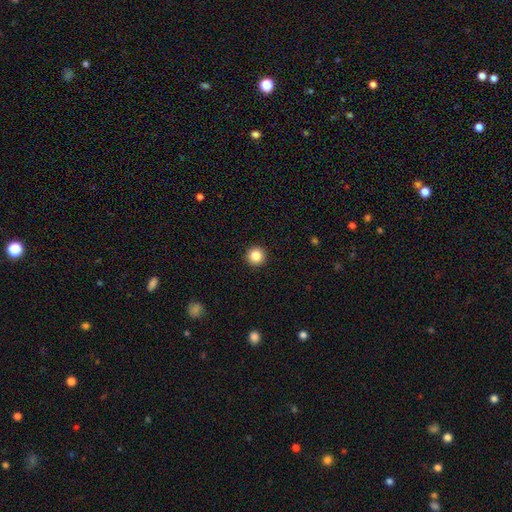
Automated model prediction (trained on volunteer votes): A smooth galaxy with no disk features (84%) that is round (96%).

Vote fractions:
- Smooth or featured? smooth: 84% / star or artifact: 11% / featured or disk: 5%
- How rounded? round: 96% / in between: 3% / cigar-shaped: 1%
- Merging? none: 94% / minor disturbance: 4% / major disturbance: 1% / merger: 1%